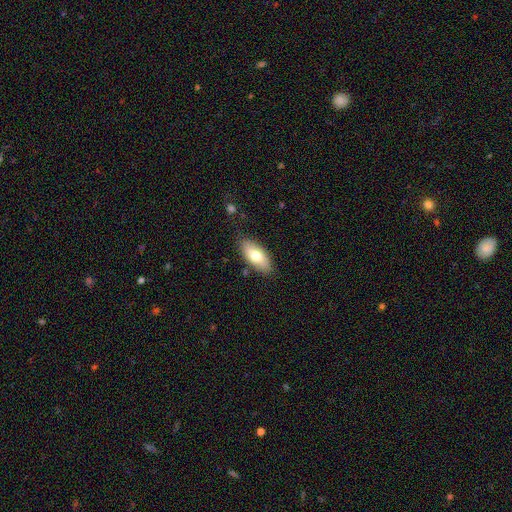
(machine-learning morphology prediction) A smooth galaxy with no disk features (73%) that is in between round and cigar-shaped (87%). Merging: none (83%).